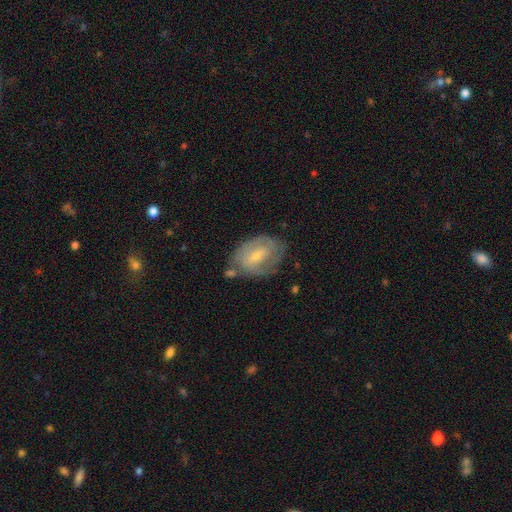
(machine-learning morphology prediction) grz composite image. It shows a featured or disk galaxy (61%) with a weak bar (48%), spiral arms (66%) and a small central bulge (56%). Merging: none (55%).